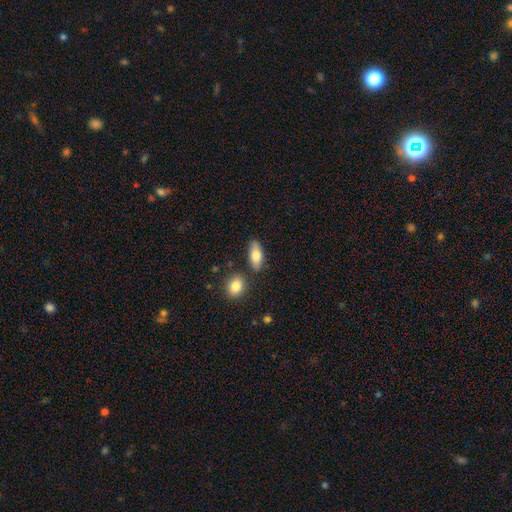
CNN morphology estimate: This appears to be a smooth galaxy with no disk features (78%) that is in between round and cigar-shaped (83%). Merging: none (78%).